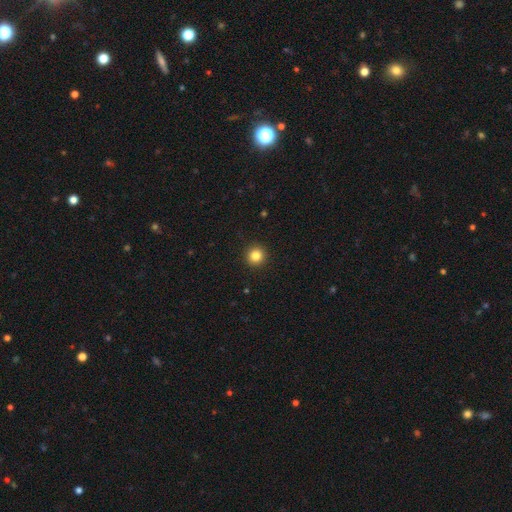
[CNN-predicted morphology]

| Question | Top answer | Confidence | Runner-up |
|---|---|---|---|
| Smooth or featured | smooth | 84% | star or artifact (11%) |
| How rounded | round | 95% | in between (4%) |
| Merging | none | 93% | minor disturbance (4%) |